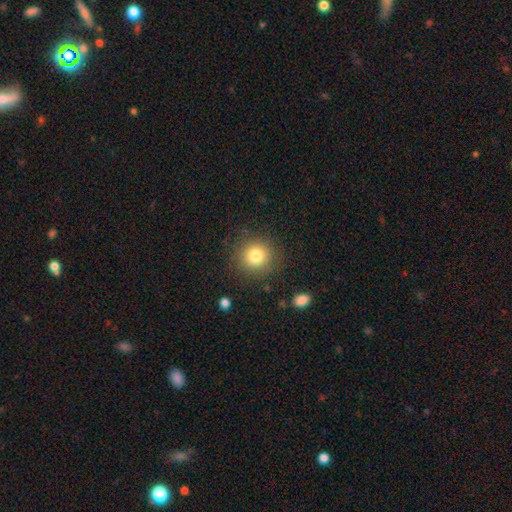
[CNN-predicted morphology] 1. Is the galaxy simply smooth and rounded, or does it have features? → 80% smooth, 11% star or artifact, 9% featured or disk.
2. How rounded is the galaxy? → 91% round, 8% in between, 1% cigar-shaped.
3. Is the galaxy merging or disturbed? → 87% none, 8% minor disturbance, 4% major disturbance, 1% merger.